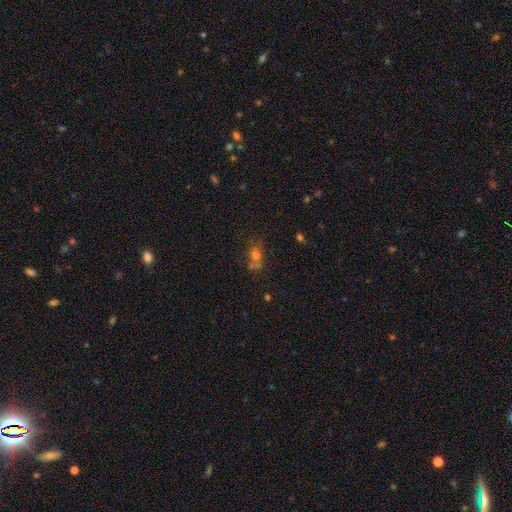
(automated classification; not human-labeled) A smooth galaxy with no disk features (60%) that is in between round and cigar-shaped (51%).

Vote fractions:
- Smooth or featured? smooth: 60% / star or artifact: 24% / featured or disk: 16%
- How rounded? in between: 51% / round: 46% / cigar-shaped: 4%
- Merging? none: 49% / merger: 24% / minor disturbance: 17% / major disturbance: 9%